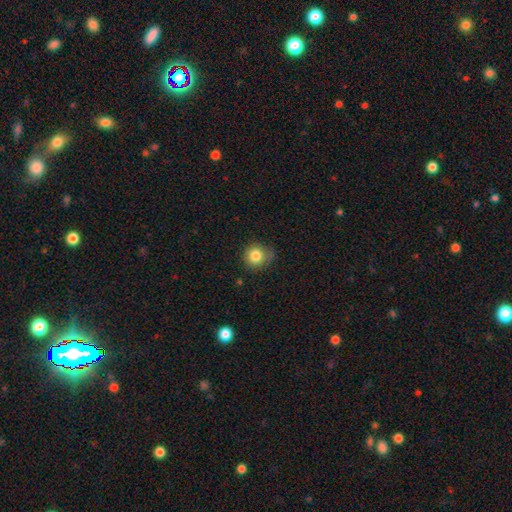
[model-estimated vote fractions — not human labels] Q: Smooth or featured?
A: smooth (82%); runner-up: star or artifact (10%)
Q: How rounded?
A: round (87%); runner-up: in between (12%)
Q: Merging?
A: none (69%); runner-up: minor disturbance (23%)